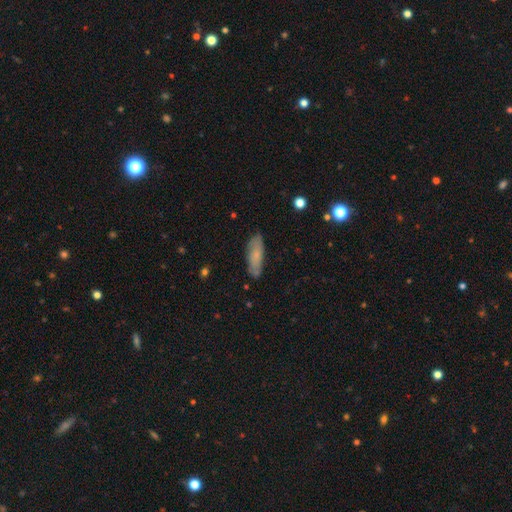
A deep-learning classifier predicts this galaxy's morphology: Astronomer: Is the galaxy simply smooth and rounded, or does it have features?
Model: smooth — 69%.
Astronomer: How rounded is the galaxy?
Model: in between — 53% (runner-up: cigar-shaped, 45%).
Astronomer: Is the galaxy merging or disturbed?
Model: none — 82%.